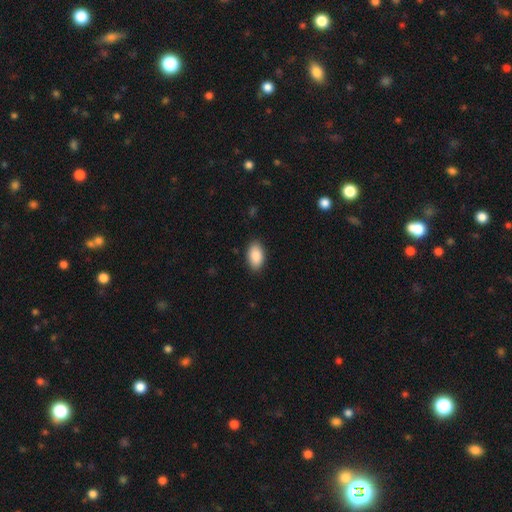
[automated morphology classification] type=smooth (89%); roundness=in between (94%); merging=none (88%).